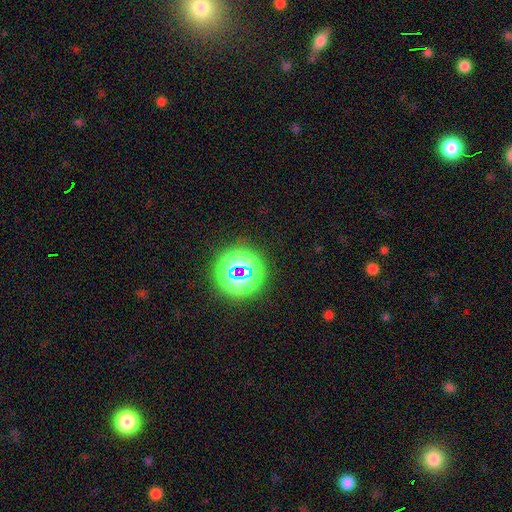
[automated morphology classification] Smooth or featured?
  - star or artifact: 77% *
  - smooth: 15%
  - featured or disk: 7%